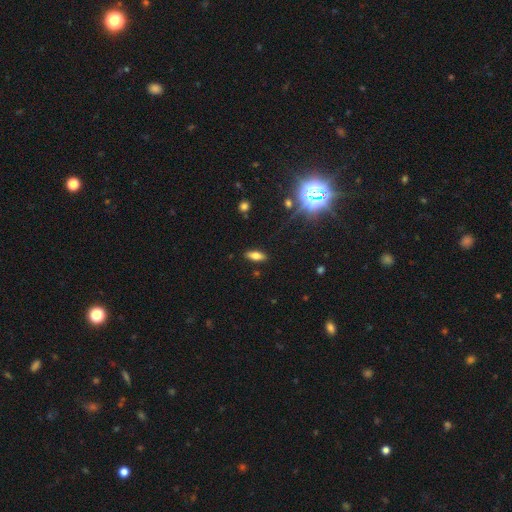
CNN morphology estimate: Smooth or featured? Predicted: smooth (p=0.69). How rounded? Predicted: in between (p=0.75). Merging? Predicted: none (p=0.88).